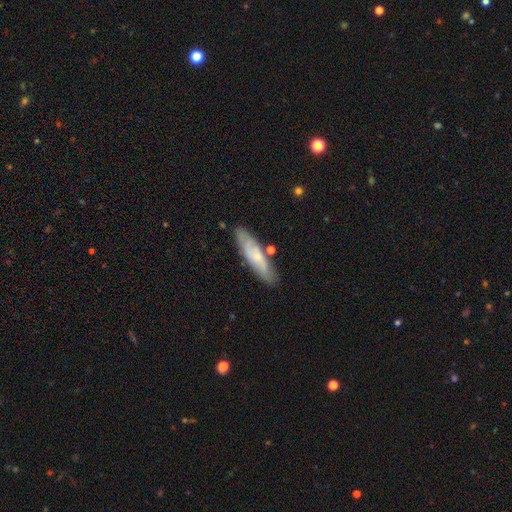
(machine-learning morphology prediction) smooth_or_featured: smooth (p=0.50) [alt: featured or disk p=0.43]
how_rounded: cigar-shaped (p=0.67) [alt: in between p=0.31]
merging: none (p=0.78) [alt: minor disturbance p=0.15]